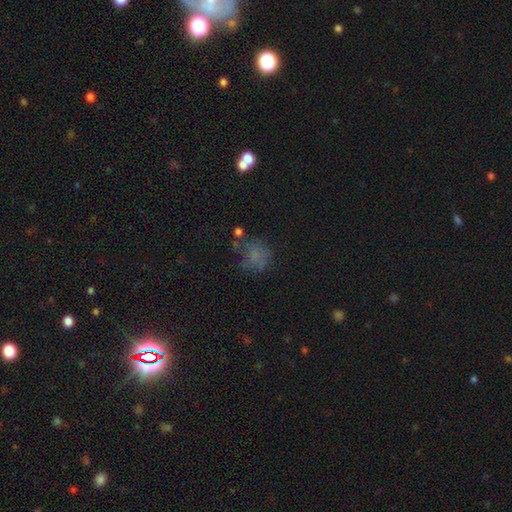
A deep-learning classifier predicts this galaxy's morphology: type=smooth (57%); roundness=round (71%); merging=none (51%).